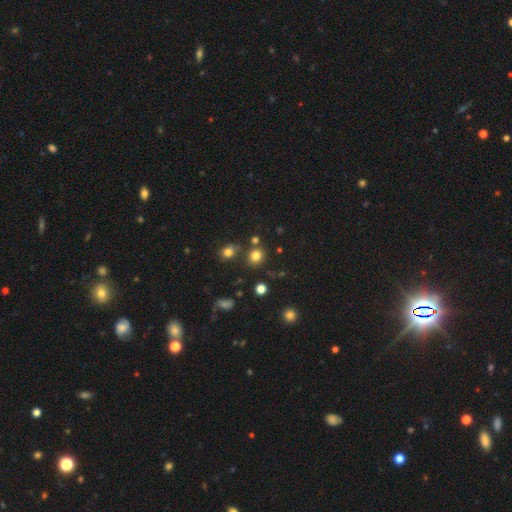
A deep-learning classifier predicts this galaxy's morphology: This is likely a smooth galaxy (78%). How rounded: likely round (80%). Merging: likely none (76%).